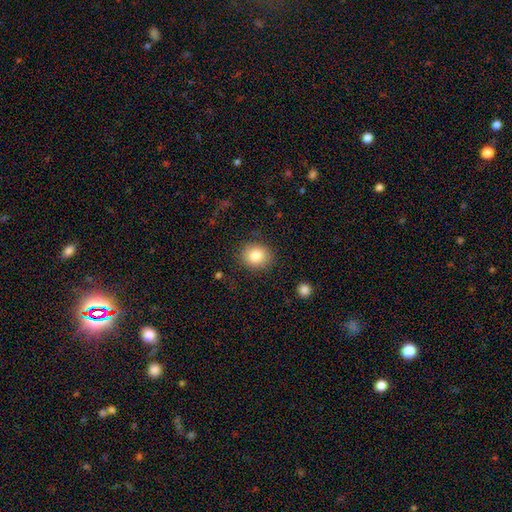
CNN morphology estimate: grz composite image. It shows a smooth galaxy with no disk features (83%) that is round (70%). Merging: none (86%).